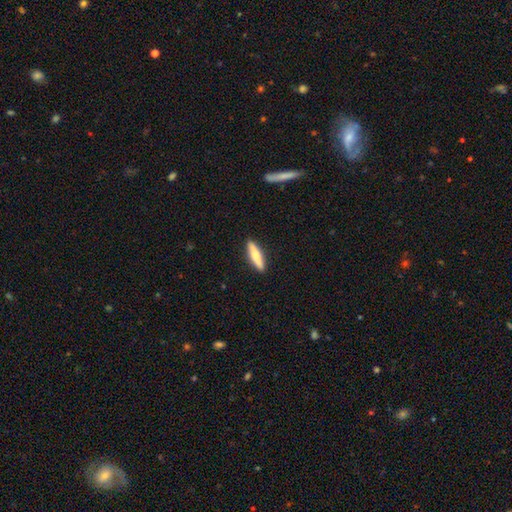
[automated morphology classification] type=smooth (58%); roundness=cigar-shaped (78%); merging=none (91%).